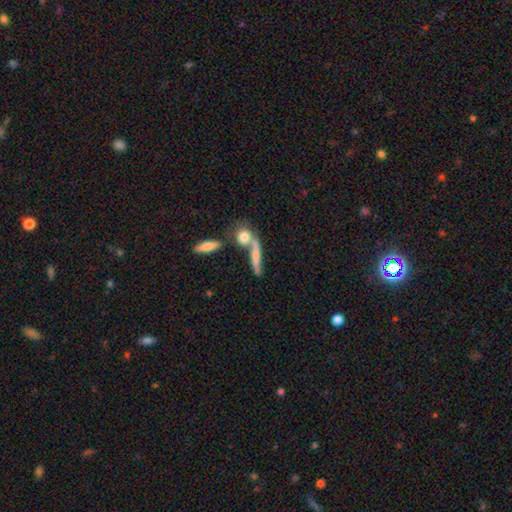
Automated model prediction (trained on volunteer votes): A smooth galaxy with no disk features (56%) that is cigar-shaped (67%).

Vote fractions:
- Smooth or featured? smooth: 56% / featured or disk: 34% / star or artifact: 9%
- How rounded? cigar-shaped: 67% / in between: 21% / round: 11%
- Merging? none: 46% / merger: 32% / minor disturbance: 13% / major disturbance: 8%